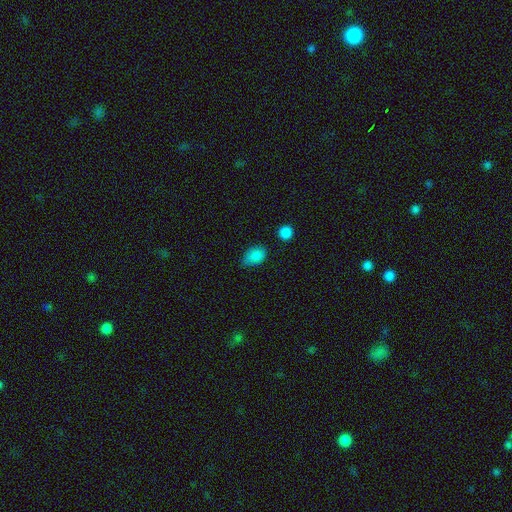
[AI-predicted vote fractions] Overall: smooth (85%). How rounded: in between (77%). Merging: none (49%; minor disturbance 39%).